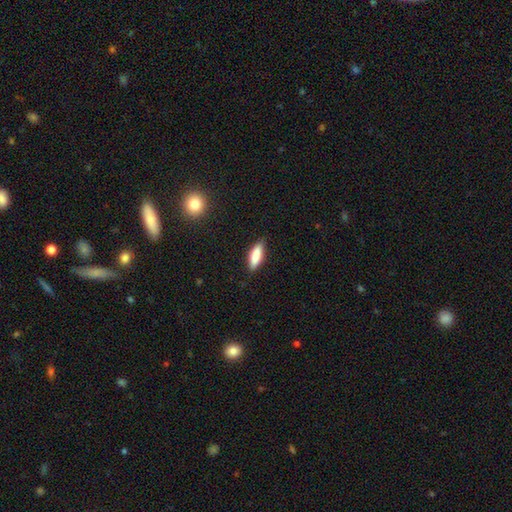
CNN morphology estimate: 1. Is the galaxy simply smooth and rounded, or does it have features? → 83% smooth, 11% featured or disk, 7% star or artifact.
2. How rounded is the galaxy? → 51% in between, 47% cigar-shaped, 2% round.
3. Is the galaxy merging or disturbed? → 82% none, 14% minor disturbance, 3% major disturbance, 1% merger.